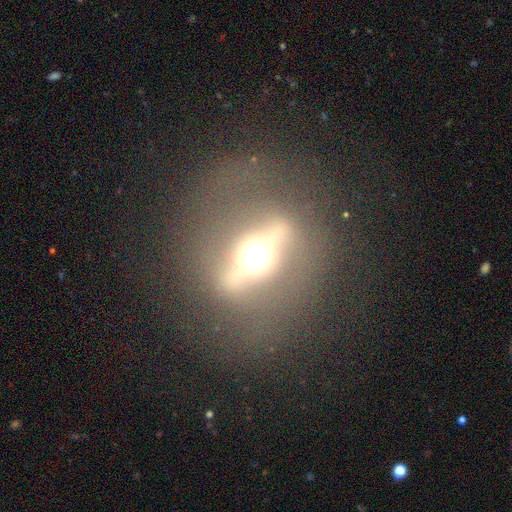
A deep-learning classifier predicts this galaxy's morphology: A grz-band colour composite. It shows a featured or disk galaxy (82%) viewed edge-on (63%) with a rounded central bulge (95%). Merging: none (79%).